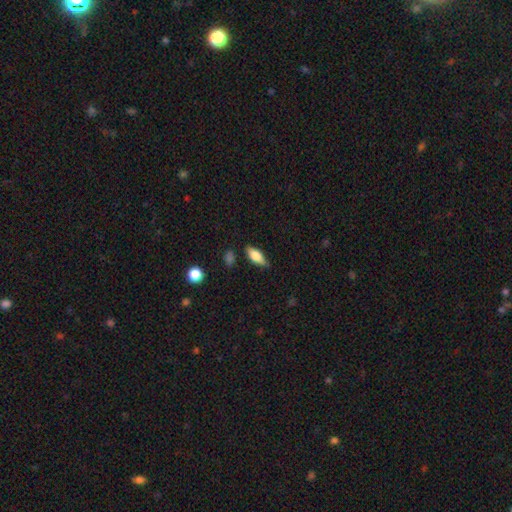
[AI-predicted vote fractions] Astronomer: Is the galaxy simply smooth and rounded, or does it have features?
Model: smooth — 69%.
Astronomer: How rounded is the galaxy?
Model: in between — 75%.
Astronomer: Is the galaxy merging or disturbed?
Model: none — 79%.